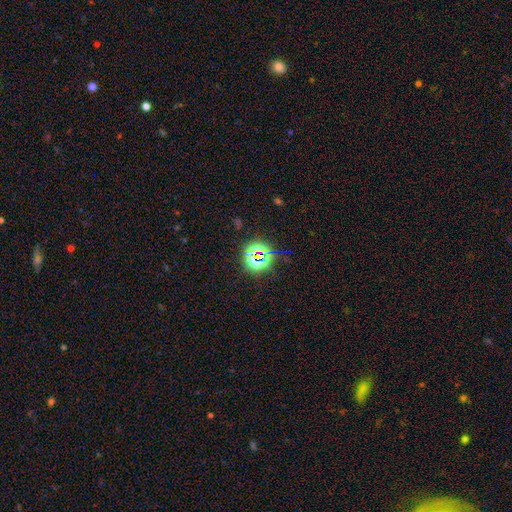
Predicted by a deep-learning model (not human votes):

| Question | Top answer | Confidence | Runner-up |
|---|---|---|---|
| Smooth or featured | star or artifact | 74% | smooth (17%) |